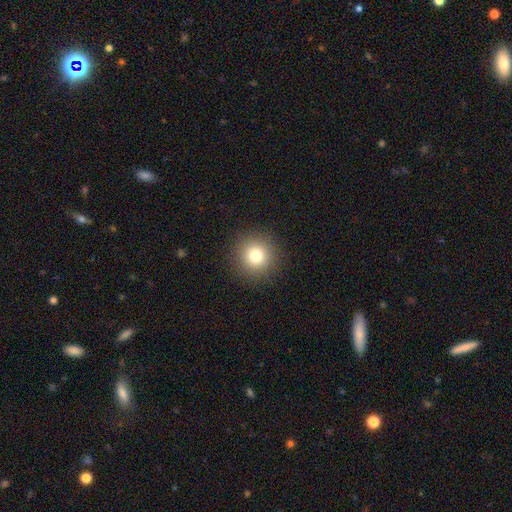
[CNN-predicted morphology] Smooth or featured? Predicted: smooth (p=0.79). How rounded? Predicted: round (p=0.95). Merging? Predicted: none (p=0.91).